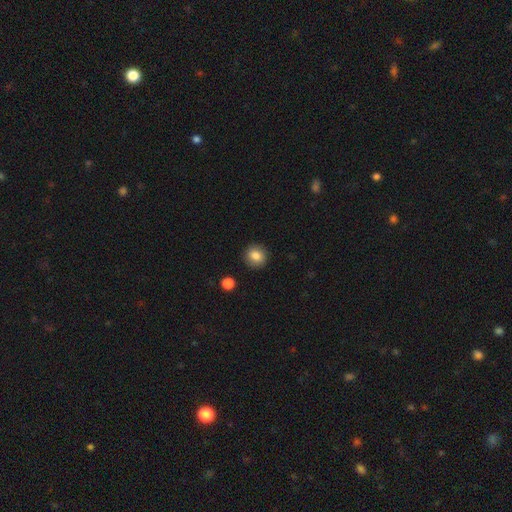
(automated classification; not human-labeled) smooth_or_featured: smooth (p=0.84) [alt: star or artifact p=0.09]
how_rounded: round (p=0.84) [alt: in between p=0.15]
merging: none (p=0.90) [alt: minor disturbance p=0.07]